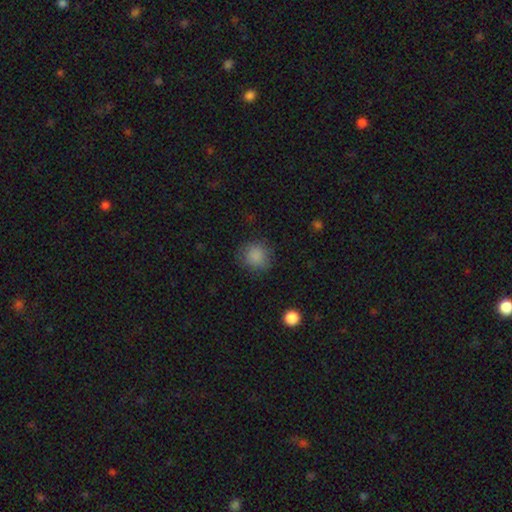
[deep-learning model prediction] The model was most divided on "merging": none: 79%, minor disturbance: 15%, major disturbance: 5%, merger: 1%. More confident: how rounded — round (87%); smooth or featured — smooth (85%).